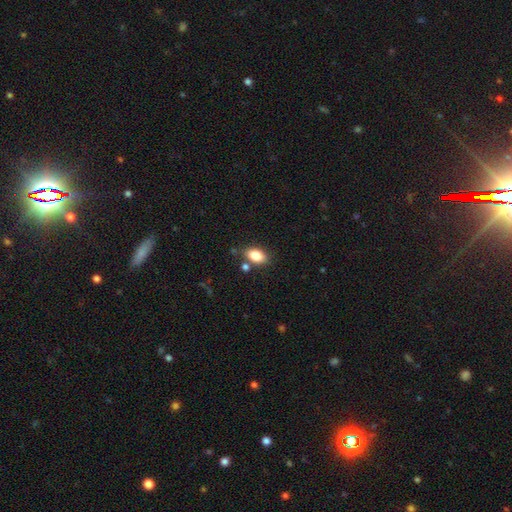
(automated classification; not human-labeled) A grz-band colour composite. It shows a smooth galaxy with no disk features (85%) that is in between round and cigar-shaped (87%). Merging: none (75%).